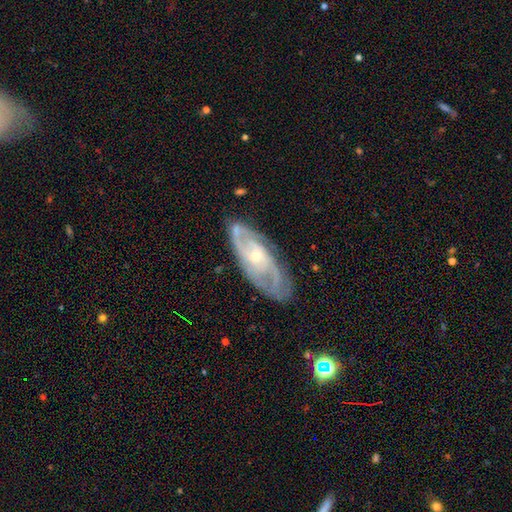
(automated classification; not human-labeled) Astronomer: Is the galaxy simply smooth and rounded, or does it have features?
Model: featured or disk — 85%.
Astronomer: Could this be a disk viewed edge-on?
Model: no — 90%.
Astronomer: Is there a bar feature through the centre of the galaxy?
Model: no — 60%.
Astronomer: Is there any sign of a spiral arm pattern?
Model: yes — 95%.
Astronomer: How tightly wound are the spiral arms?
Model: tight — 46% (runner-up: medium, 43%).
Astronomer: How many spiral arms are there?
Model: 2 — 51%.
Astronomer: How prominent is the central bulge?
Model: small — 61%.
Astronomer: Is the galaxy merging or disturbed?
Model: none — 79%.